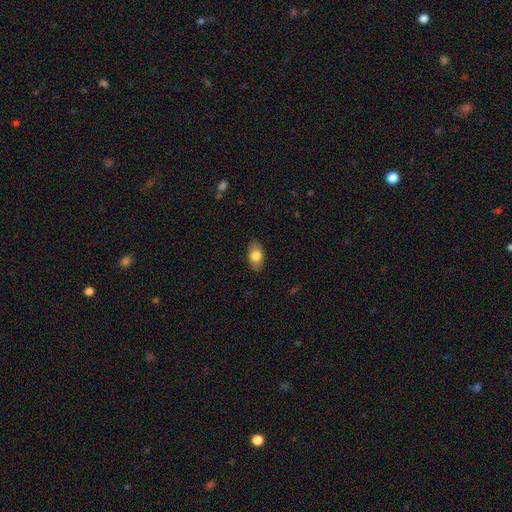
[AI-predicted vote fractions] smooth 79%, featured or disk 13%, star or artifact 7%. Down the decision tree: how rounded — in between (90%); merging — none (87%).